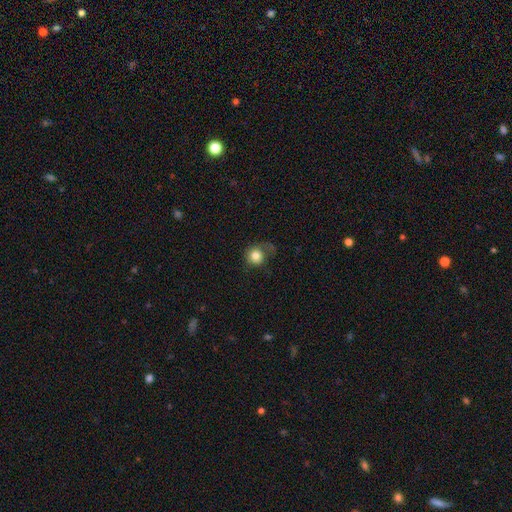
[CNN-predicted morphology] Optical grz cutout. It shows a smooth galaxy with no disk features (80%) that is round (87%). Merging: none (52%).